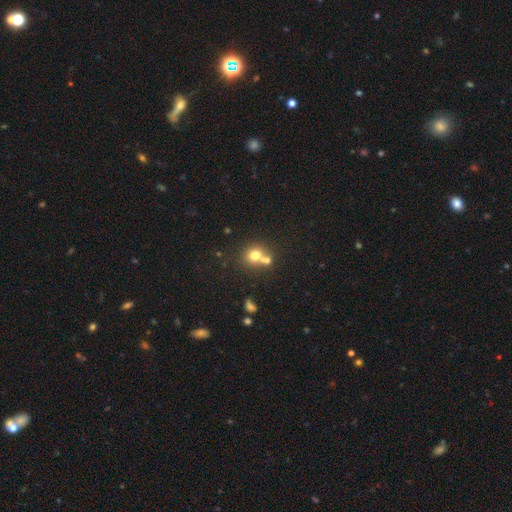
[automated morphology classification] type=smooth (72%); roundness=round (80%); merging=none (46%).